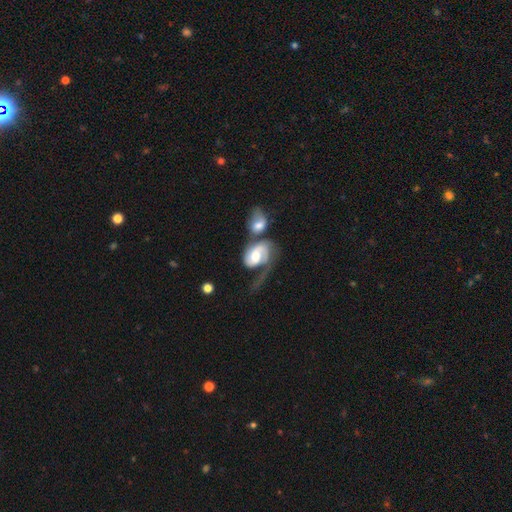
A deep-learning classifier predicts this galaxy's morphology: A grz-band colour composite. It shows a featured or disk galaxy (74%) with no bar (47%), 2 (49%) medium (38%) spiral arms (91%) and a moderate central bulge (50%). Merging: merger (49%).